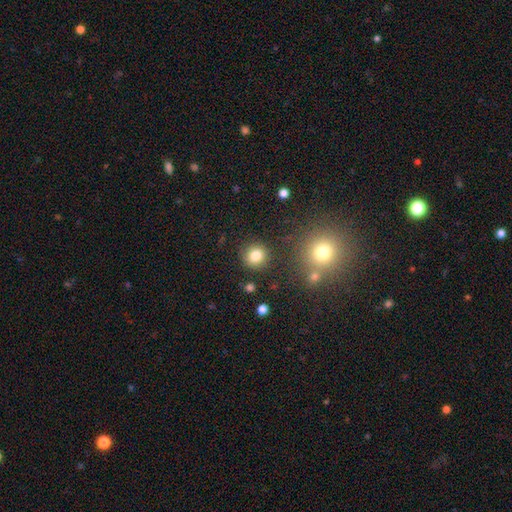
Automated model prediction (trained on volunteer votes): Smooth or featured? Predicted: smooth (p=0.82). How rounded? Predicted: round (p=0.91). Merging? Predicted: none (p=0.88).